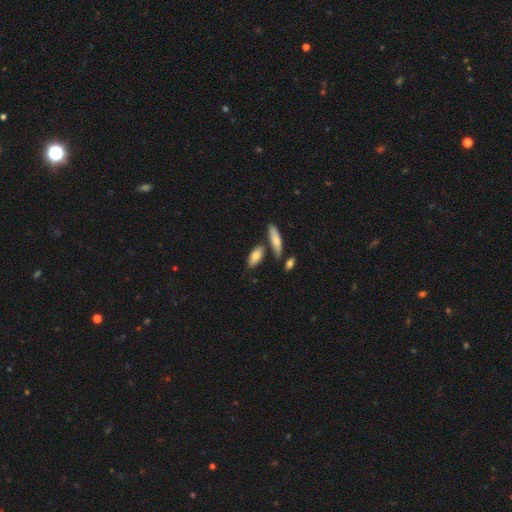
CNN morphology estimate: This is likely a smooth galaxy (76%). How rounded: likely in between (78%). Merging: likely none (68%).